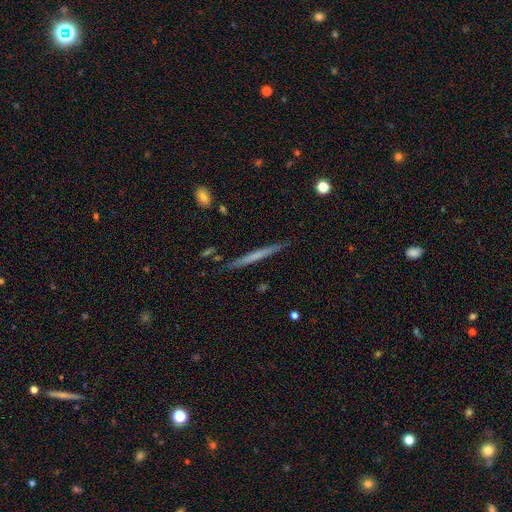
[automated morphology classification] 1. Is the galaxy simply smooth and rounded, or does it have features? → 47% featured or disk (tied), 47% smooth (tied), 6% star or artifact.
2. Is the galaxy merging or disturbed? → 89% none, 8% minor disturbance, 2% merger, 2% major disturbance.